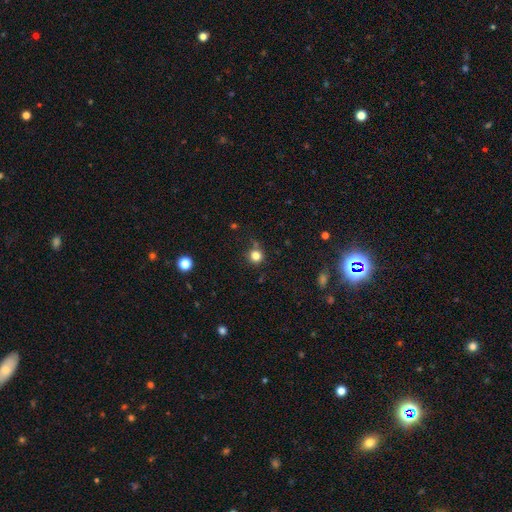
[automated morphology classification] This appears to be a smooth galaxy with no disk features (82%) that is round (93%). Merging: none (78%).